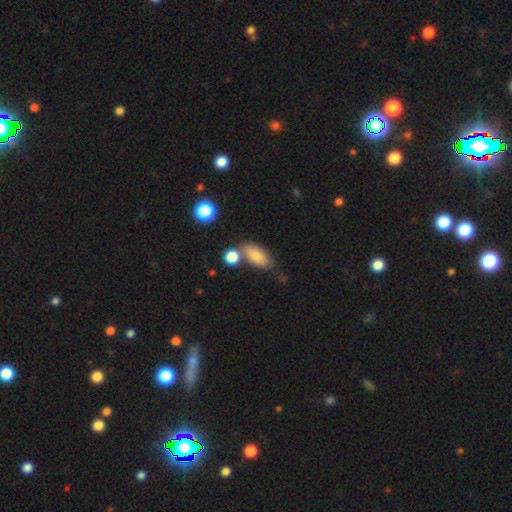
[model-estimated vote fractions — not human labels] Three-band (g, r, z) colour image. It shows a smooth galaxy with no disk features (80%) that is in between round and cigar-shaped (87%). Merging: none (59%).